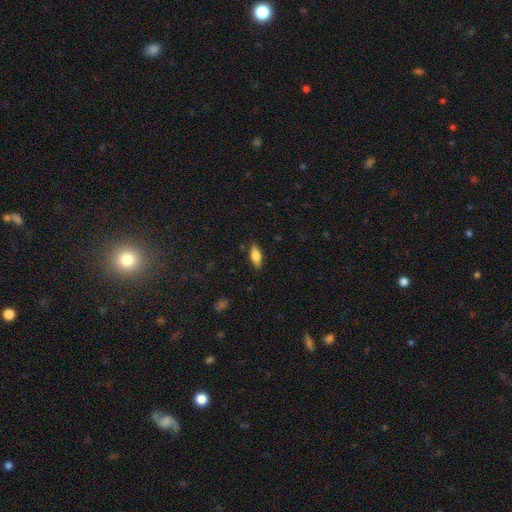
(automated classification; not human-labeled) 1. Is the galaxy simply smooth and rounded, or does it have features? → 73% smooth, 20% featured or disk, 7% star or artifact.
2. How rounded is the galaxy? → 73% in between, 24% cigar-shaped, 3% round.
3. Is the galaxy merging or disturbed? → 86% none, 11% minor disturbance, 2% major disturbance, 1% merger.